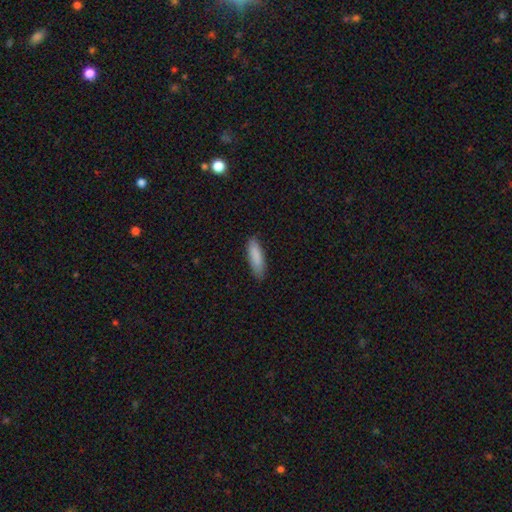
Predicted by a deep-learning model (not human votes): smooth_or_featured: smooth (p=0.87) [alt: featured or disk p=0.07]
how_rounded: cigar-shaped (p=0.54) [alt: in between p=0.44]
merging: none (p=0.83) [alt: minor disturbance p=0.14]